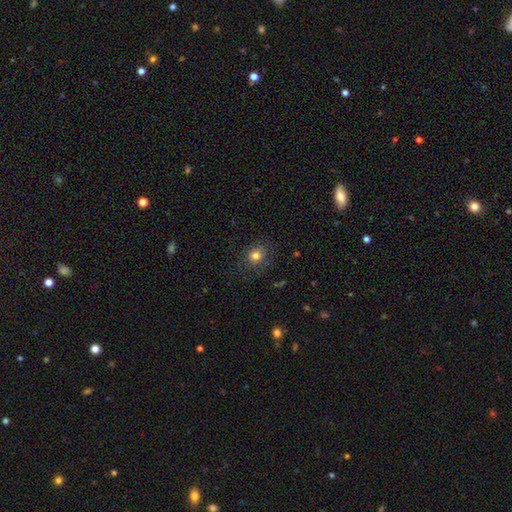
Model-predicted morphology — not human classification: Smooth or featured? Predicted: smooth (p=0.76). How rounded? Predicted: round (p=0.65). Merging? Predicted: none (p=0.77).